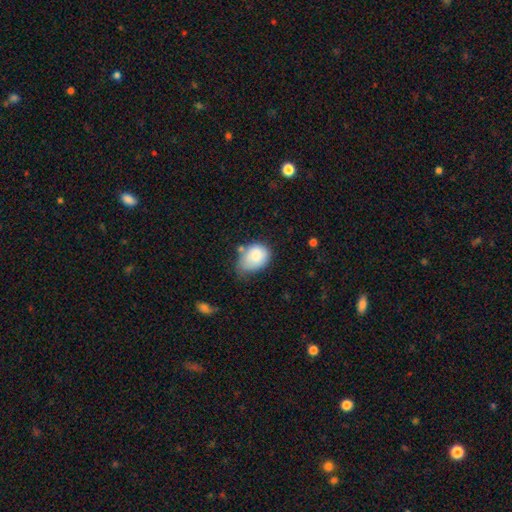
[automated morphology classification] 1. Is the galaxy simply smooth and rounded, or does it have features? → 80% smooth, 12% featured or disk, 7% star or artifact.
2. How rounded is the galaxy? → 67% in between, 32% round, 1% cigar-shaped.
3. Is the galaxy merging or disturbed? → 43% minor disturbance, 35% none, 13% major disturbance, 9% merger.